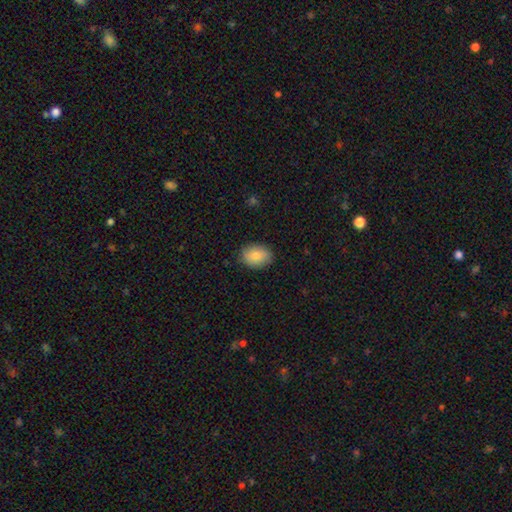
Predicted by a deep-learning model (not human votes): Overall: smooth (82%). How rounded: in between (70%). Merging: none (86%).